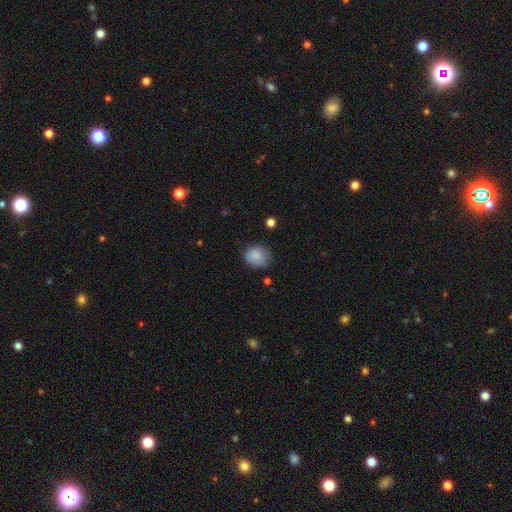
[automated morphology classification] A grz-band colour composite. It shows a smooth galaxy with no disk features (85%) that is round (69%). Merging: none (70%).